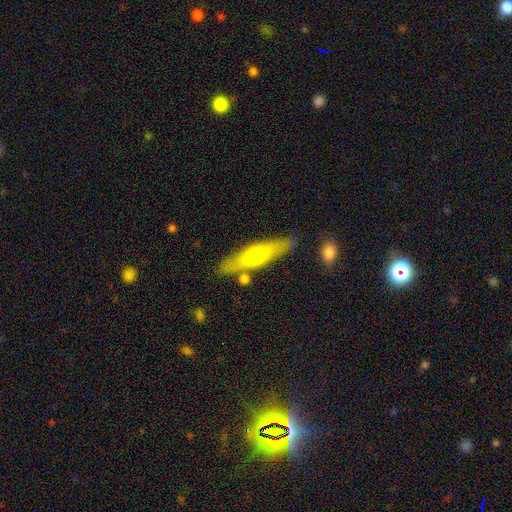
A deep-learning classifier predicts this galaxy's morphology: The model was most divided on "smooth or featured": smooth: 49%, featured or disk: 45%, star or artifact: 5%. More confident: merging — none (80%).